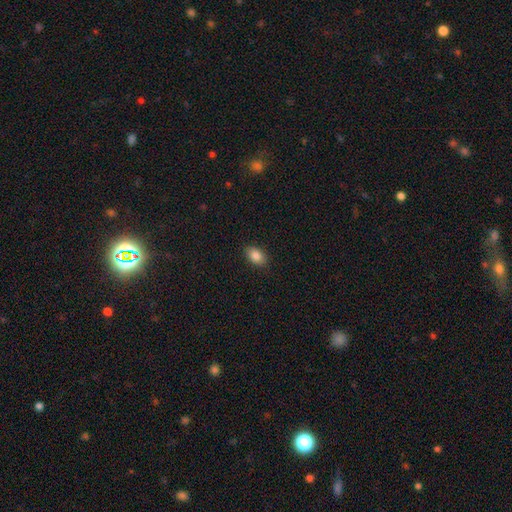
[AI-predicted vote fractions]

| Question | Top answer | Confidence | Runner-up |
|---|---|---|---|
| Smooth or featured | smooth | 87% | star or artifact (8%) |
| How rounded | in between | 87% | round (12%) |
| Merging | none | 88% | minor disturbance (9%) |